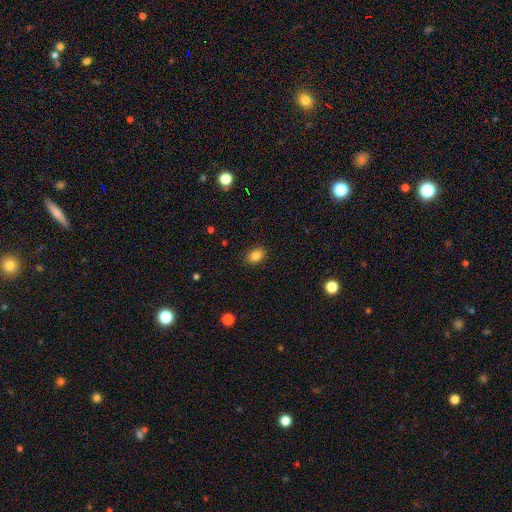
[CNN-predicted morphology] smooth_or_featured: smooth (p=0.84) [alt: star or artifact p=0.10]
how_rounded: in between (p=0.75) [alt: round p=0.24]
merging: none (p=0.87) [alt: minor disturbance p=0.09]